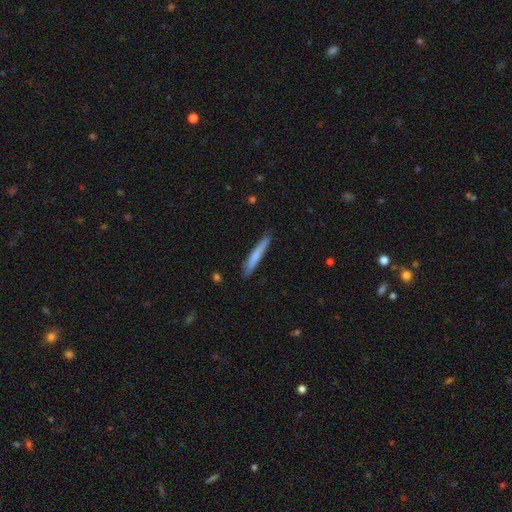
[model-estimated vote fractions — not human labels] Smooth or featured? smooth (59%)
How rounded? cigar-shaped (95%)
Merging? none (85%)